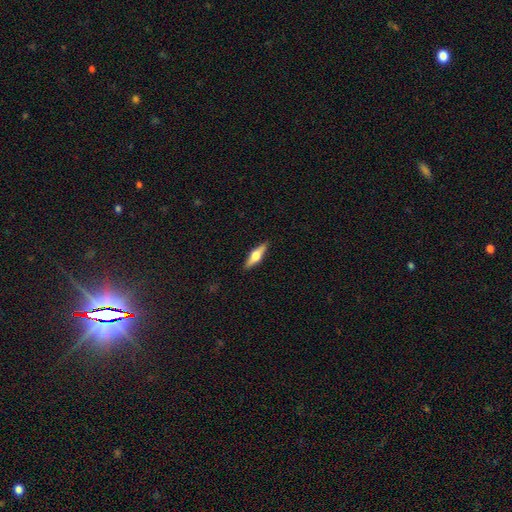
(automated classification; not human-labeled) featured or disk 52%, smooth 43%, star or artifact 6%. Down the decision tree: edge-on disk — yes (94%); merging — none (90%).